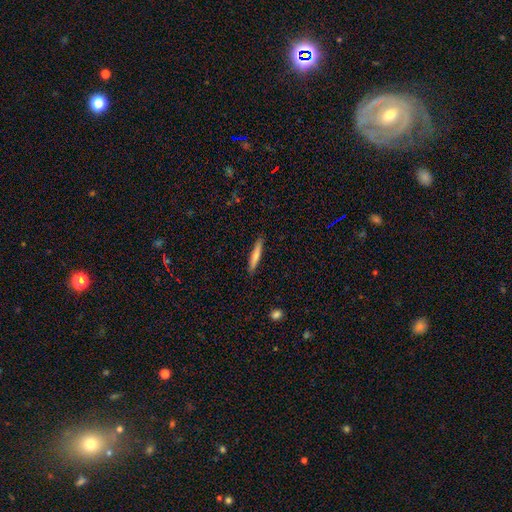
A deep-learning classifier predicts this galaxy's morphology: Smooth or featured?
  - smooth: 72% *
  - featured or disk: 23%
  - star or artifact: 6%
How rounded?
  - cigar-shaped: 94% *
  - in between: 5%
  - round: 1%
Merging?
  - none: 90% *
  - minor disturbance: 7%
  - major disturbance: 2%
  - merger: 1%